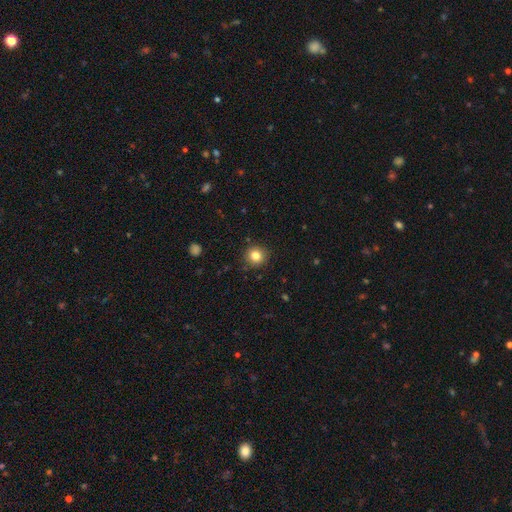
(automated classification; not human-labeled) Morphology: type=smooth (82%); roundness=round (91%); merging=none (90%).